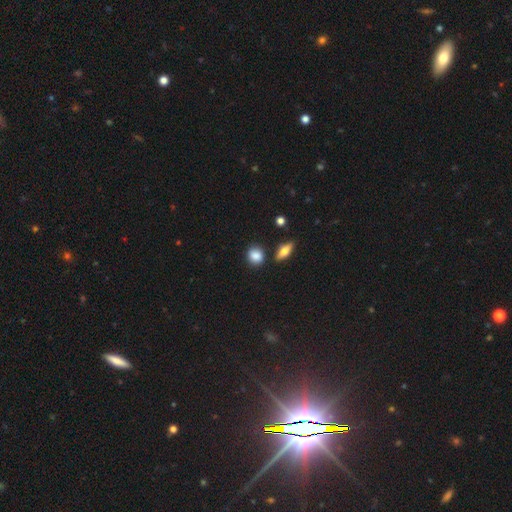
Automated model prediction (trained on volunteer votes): Q: Smooth or featured?
A: smooth (85%); runner-up: star or artifact (8%)
Q: How rounded?
A: round (67%); runner-up: in between (30%)
Q: Merging?
A: none (79%); runner-up: minor disturbance (13%)